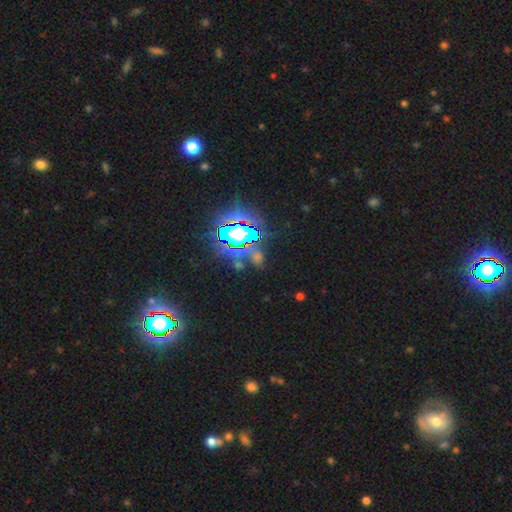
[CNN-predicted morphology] smooth_or_featured: star or artifact (p=0.81) [alt: smooth p=0.11]